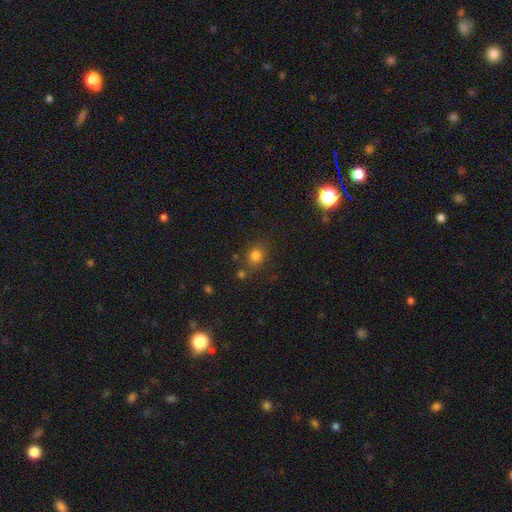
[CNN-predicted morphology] This appears to be a smooth galaxy with no disk features (79%) that is round (73%). Merging: none (72%).